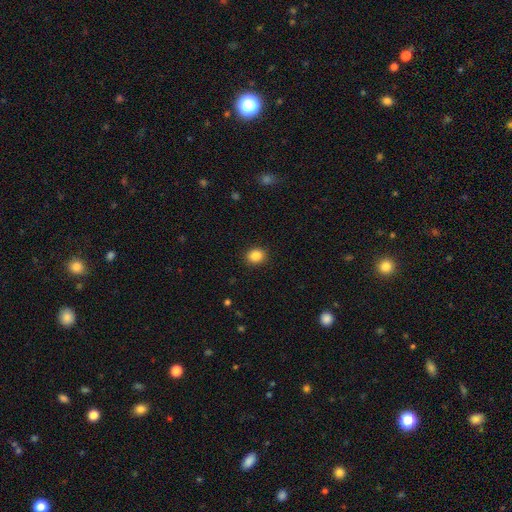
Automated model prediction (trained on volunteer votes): Smooth or featured: smooth — 86% (star or artifact — 10%)
How rounded: round — 63% (in between — 36%)
Merging: none — 90% (minor disturbance — 7%)